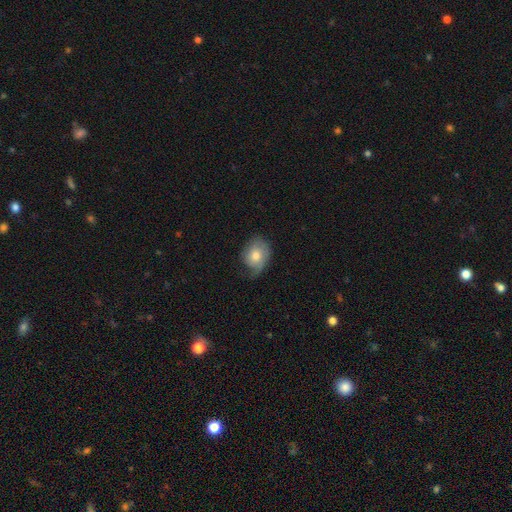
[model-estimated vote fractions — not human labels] smooth-or-featured: smooth: 58% | featured or disk: 35% | star or artifact: 7%
  how-rounded: in between: 54% | round: 45% | cigar-shaped: 1%
  merging: none: 48% | minor disturbance: 34% | major disturbance: 16% | merger: 1%